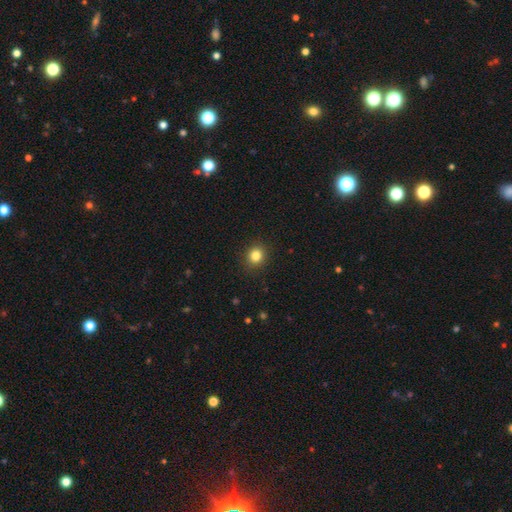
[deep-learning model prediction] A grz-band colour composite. It shows a smooth galaxy with no disk features (83%) that is round (85%). Merging: none (91%).